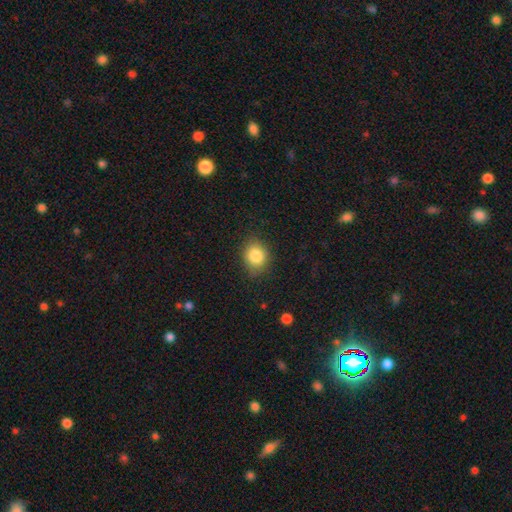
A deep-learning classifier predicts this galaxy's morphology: The model was most divided on "how rounded": round: 62%, in between: 37%, cigar-shaped: 1%. More confident: smooth or featured — smooth (84%); merging — none (81%).